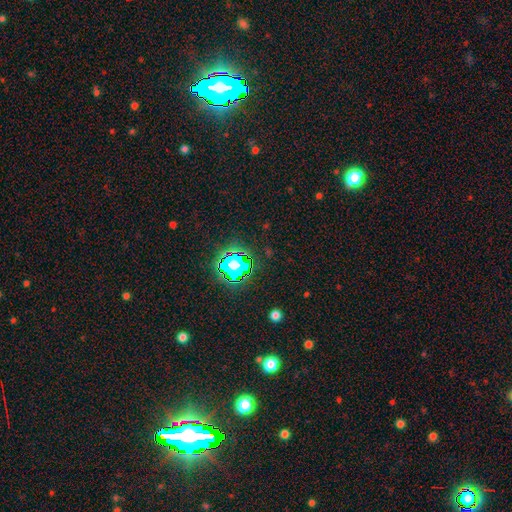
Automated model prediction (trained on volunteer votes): The model was most divided on "smooth or featured": star or artifact: 82%, smooth: 11%, featured or disk: 8%.